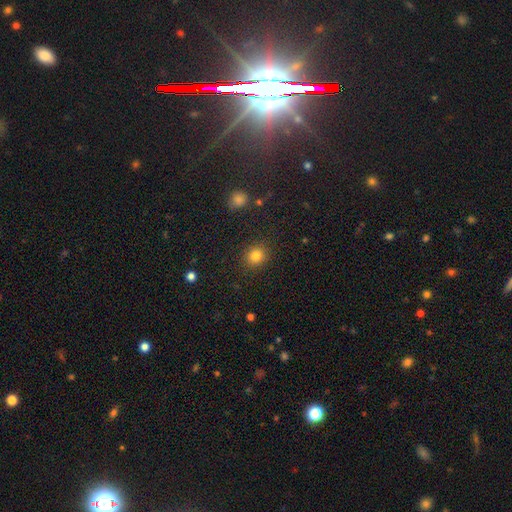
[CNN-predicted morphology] Q: Smooth or featured?
A: smooth (83%); runner-up: star or artifact (12%)
Q: How rounded?
A: round (80%); runner-up: in between (19%)
Q: Merging?
A: none (89%); runner-up: minor disturbance (7%)